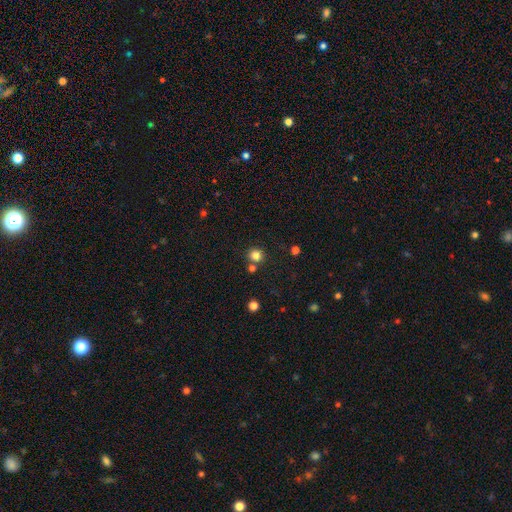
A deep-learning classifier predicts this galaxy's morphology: Smooth or featured: smooth — 82% (star or artifact — 13%)
How rounded: round — 92% (in between — 7%)
Merging: none — 76% (merger — 13%)